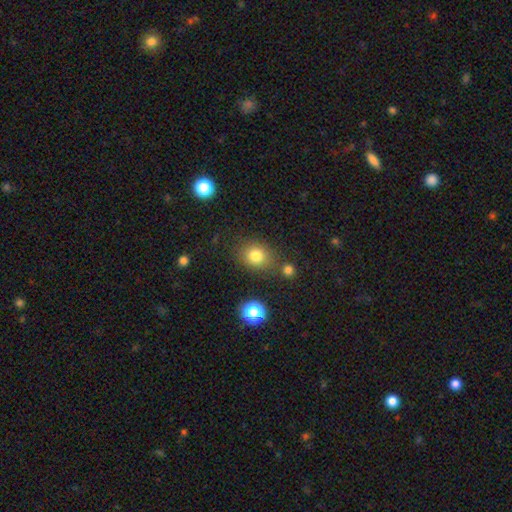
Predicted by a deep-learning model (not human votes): Morphology: type=smooth (79%); roundness=round (65%); merging=none (77%).